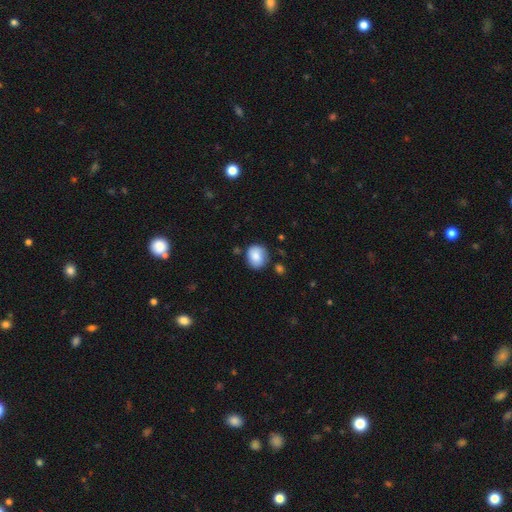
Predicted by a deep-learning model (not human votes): A smooth galaxy with no disk features (83%) that is round (75%).

Vote fractions:
- Smooth or featured? smooth: 83% / featured or disk: 9% / star or artifact: 8%
- How rounded? round: 75% / in between: 24% / cigar-shaped: 1%
- Merging? none: 73% / minor disturbance: 18% / merger: 5% / major disturbance: 4%